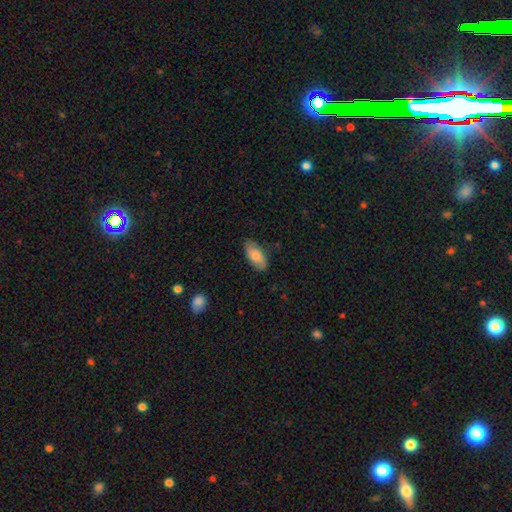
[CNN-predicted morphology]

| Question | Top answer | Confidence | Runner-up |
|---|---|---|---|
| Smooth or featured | smooth | 76% | featured or disk (18%) |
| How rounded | in between | 92% | cigar-shaped (6%) |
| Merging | none | 82% | minor disturbance (14%) |